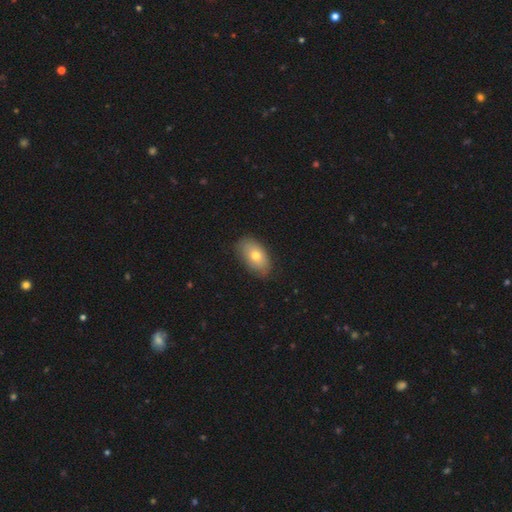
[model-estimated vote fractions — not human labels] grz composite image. It shows a smooth galaxy with no disk features (71%) that is in between round and cigar-shaped (92%). Merging: none (81%).